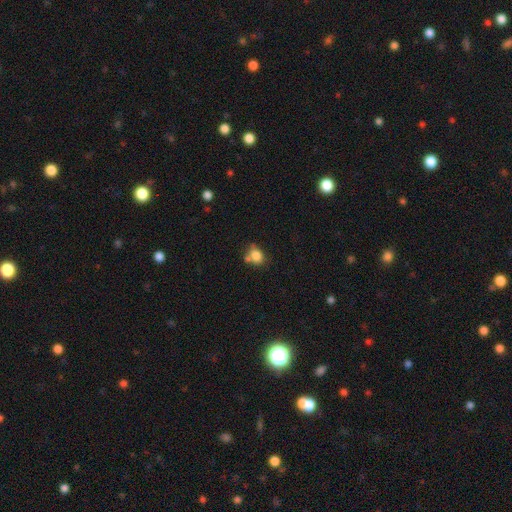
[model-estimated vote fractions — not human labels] This appears to be a smooth galaxy with no disk features (81%) that is round (51%). Merging: none (50%).